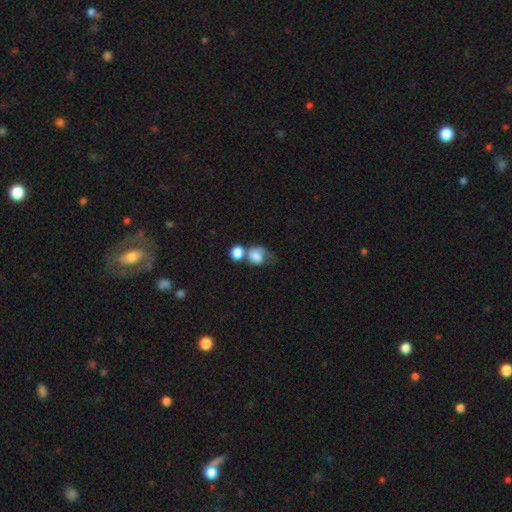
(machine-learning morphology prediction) Smooth or featured? Predicted: smooth (p=0.76). How rounded? Predicted: round (p=0.59). Merging? Predicted: merger (p=0.47).